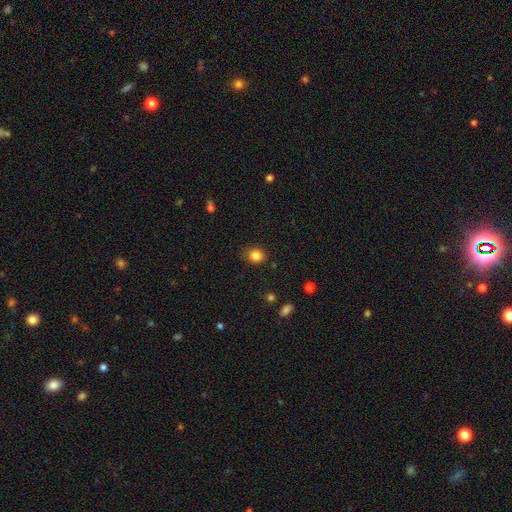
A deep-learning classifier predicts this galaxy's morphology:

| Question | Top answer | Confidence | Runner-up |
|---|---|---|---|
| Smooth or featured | smooth | 84% | star or artifact (11%) |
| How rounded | round | 69% | in between (30%) |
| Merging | none | 83% | minor disturbance (13%) |